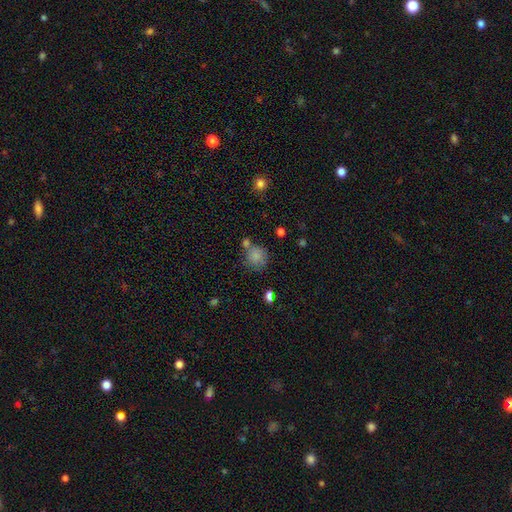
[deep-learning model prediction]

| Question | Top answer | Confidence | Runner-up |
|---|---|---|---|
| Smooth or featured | smooth | 80% | star or artifact (11%) |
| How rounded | round | 81% | in between (18%) |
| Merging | none | 55% | minor disturbance (18%) |